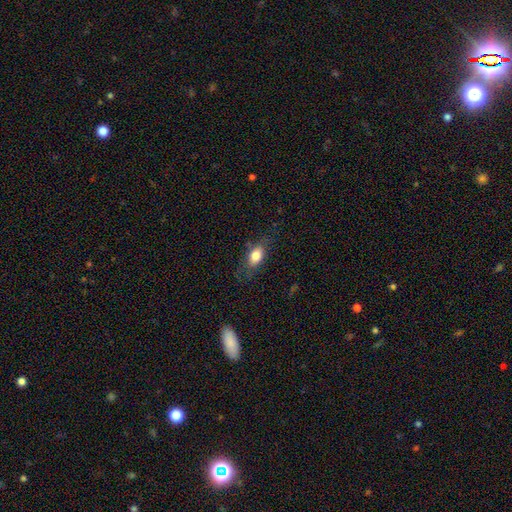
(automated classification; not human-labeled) A smooth galaxy with no disk features (78%) that is in between round and cigar-shaped (80%).

Vote fractions:
- Smooth or featured? smooth: 78% / featured or disk: 14% / star or artifact: 8%
- How rounded? in between: 80% / round: 12% / cigar-shaped: 8%
- Merging? none: 70% / minor disturbance: 21% / major disturbance: 8% / merger: 1%